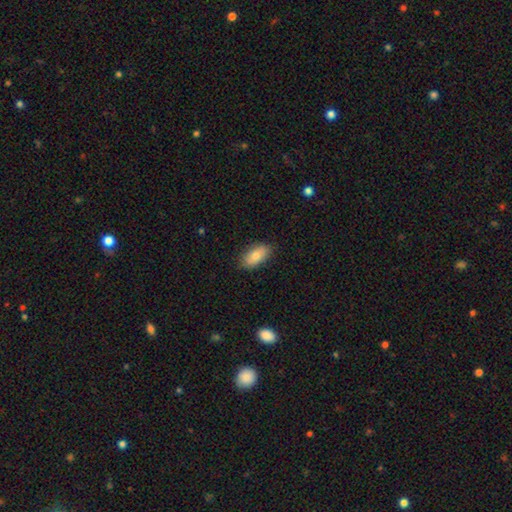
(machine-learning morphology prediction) Overall: smooth (79%). How rounded: in between (92%). Merging: none (84%).